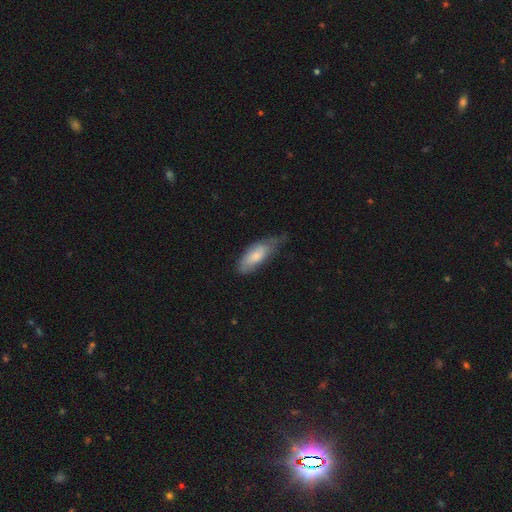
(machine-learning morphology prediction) smooth-or-featured: smooth: 73% | featured or disk: 21% | star or artifact: 6%
  how-rounded: in between: 78% | cigar-shaped: 20% | round: 2%
  merging: minor disturbance: 45% | none: 37% | major disturbance: 16% | merger: 2%